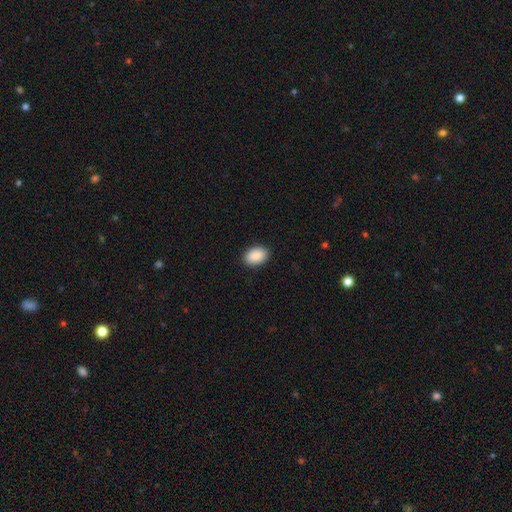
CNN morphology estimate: smooth 90%, star or artifact 7%, featured or disk 3%. Down the decision tree: how rounded — in between (85%); merging — none (89%).